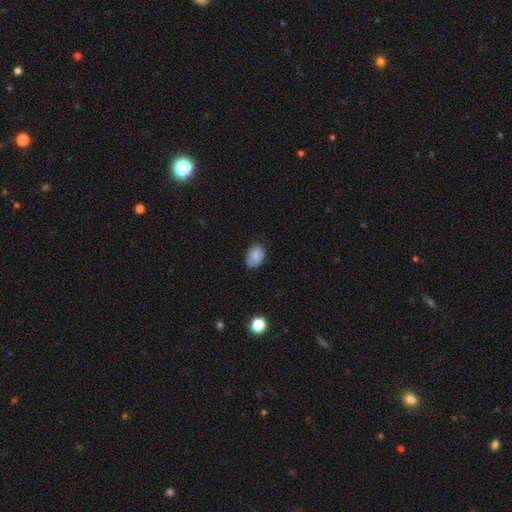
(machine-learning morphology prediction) type=smooth (80%); roundness=in between (79%); merging=none (73%).